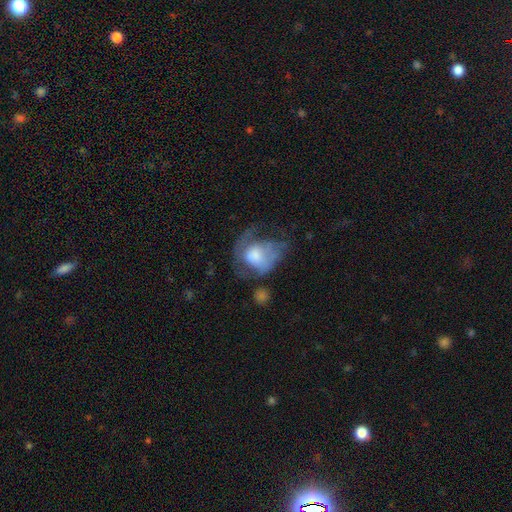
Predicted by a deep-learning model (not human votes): smooth-or-featured: smooth: 47% | featured or disk: 45% | star or artifact: 8%
  merging: major disturbance: 51% | none: 22% | minor disturbance: 21% | merger: 6%